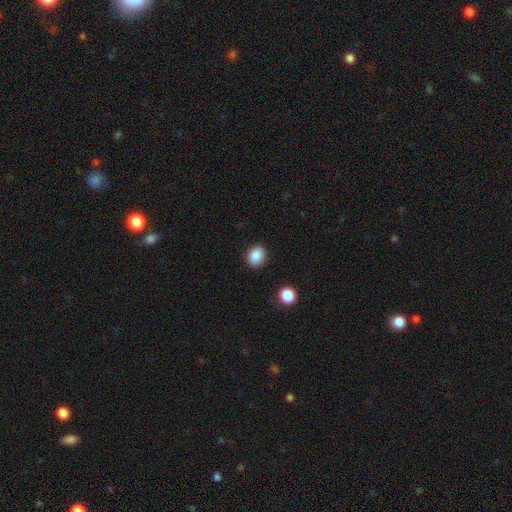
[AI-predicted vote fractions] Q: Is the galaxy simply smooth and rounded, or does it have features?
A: smooth — 87%.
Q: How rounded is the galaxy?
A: round — 62%.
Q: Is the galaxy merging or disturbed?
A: none — 89%.